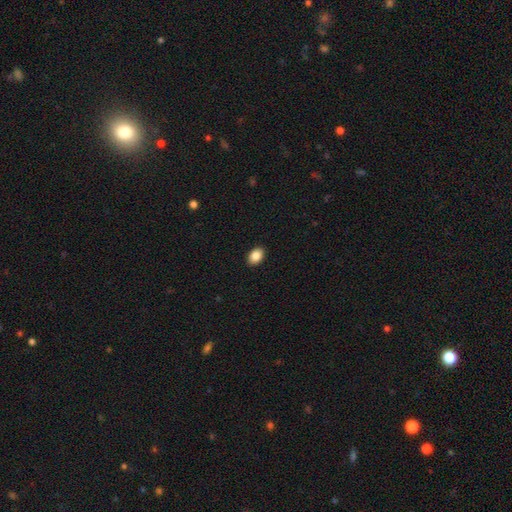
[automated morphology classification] Smooth or featured? smooth (87%)
How rounded? in between (84%)
Merging? none (91%)